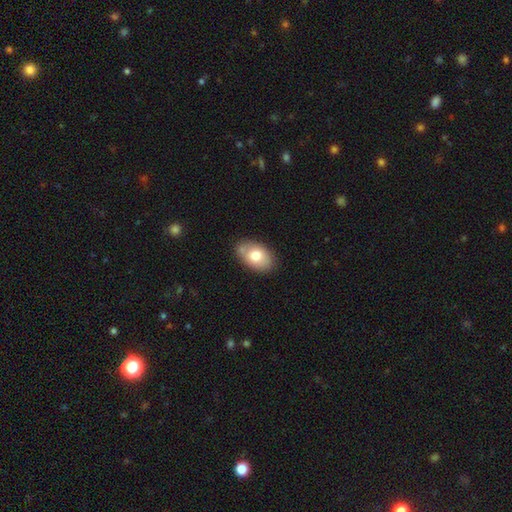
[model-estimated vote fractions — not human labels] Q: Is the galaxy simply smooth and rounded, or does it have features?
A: smooth — 75%.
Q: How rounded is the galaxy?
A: in between — 89%.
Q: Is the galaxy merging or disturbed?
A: none — 72%.